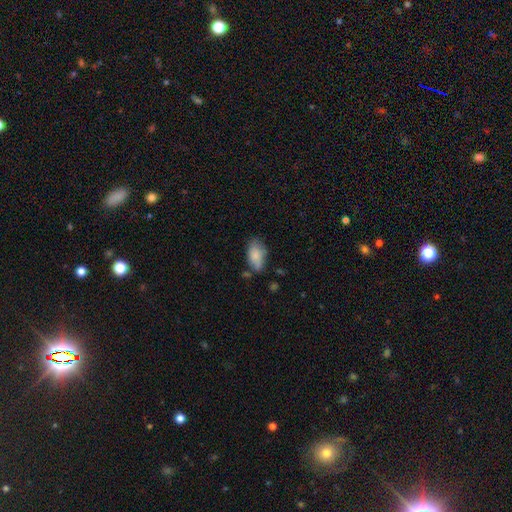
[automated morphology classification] Smooth or featured?
  - smooth: 80% *
  - featured or disk: 13%
  - star or artifact: 7%
How rounded?
  - in between: 93% *
  - round: 4%
  - cigar-shaped: 3%
Merging?
  - none: 58% *
  - minor disturbance: 29%
  - major disturbance: 7%
  - merger: 6%